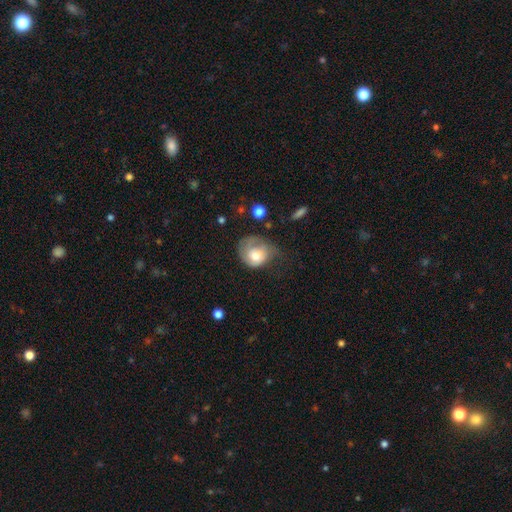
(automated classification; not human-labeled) A smooth galaxy with no disk features (63%) that is round (58%).

Vote fractions:
- Smooth or featured? smooth: 63% / featured or disk: 30% / star or artifact: 8%
- How rounded? round: 58% / in between: 41% / cigar-shaped: 1%
- Merging? major disturbance: 40% / minor disturbance: 32% / none: 25% / merger: 3%